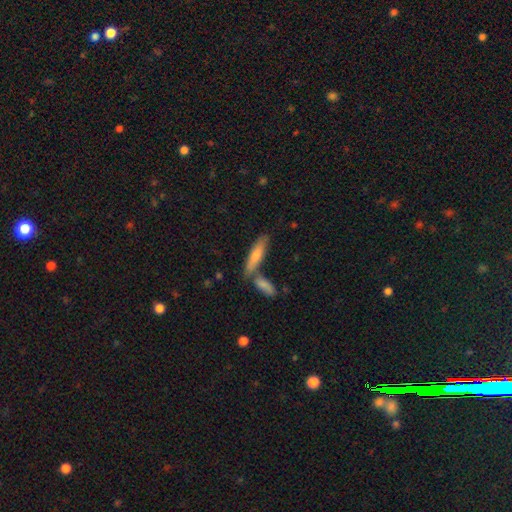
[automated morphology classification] smooth-or-featured: smooth: 68% | featured or disk: 26% | star or artifact: 7%
  how-rounded: cigar-shaped: 72% | in between: 26% | round: 2%
  merging: none: 60% | merger: 27% | minor disturbance: 10% | major disturbance: 3%